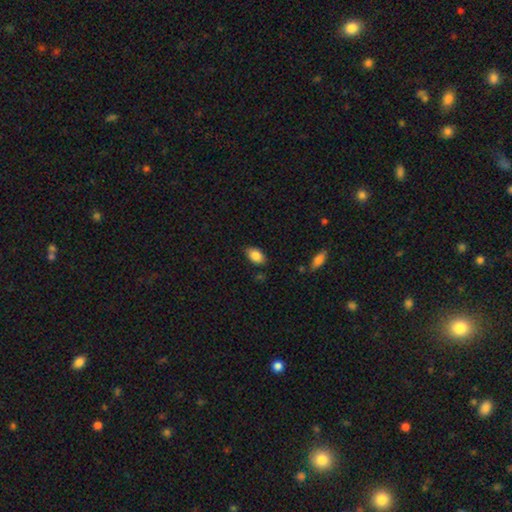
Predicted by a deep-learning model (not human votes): Smooth or featured? smooth (86%)
How rounded? in between (89%)
Merging? none (83%)